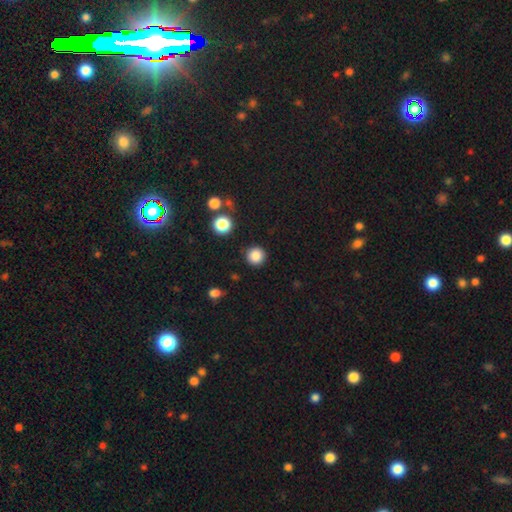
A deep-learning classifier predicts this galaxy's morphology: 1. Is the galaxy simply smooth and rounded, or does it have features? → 85% smooth, 11% star or artifact, 4% featured or disk.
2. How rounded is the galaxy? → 95% round, 4% in between, 1% cigar-shaped.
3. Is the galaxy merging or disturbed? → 90% none, 6% minor disturbance, 2% major disturbance, 2% merger.